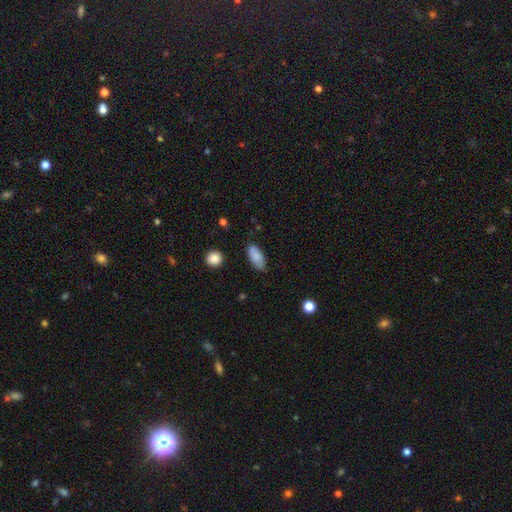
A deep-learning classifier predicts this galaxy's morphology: This appears to be a smooth galaxy with no disk features (84%) that is in between round and cigar-shaped (87%). Merging: none (76%).